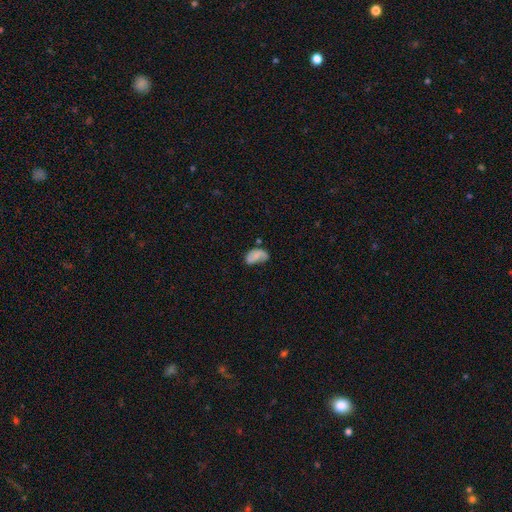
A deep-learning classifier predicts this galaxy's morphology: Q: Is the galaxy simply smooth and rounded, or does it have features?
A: smooth — 60%.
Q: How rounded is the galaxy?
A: in between — 91%.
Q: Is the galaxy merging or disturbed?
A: none — 42%.